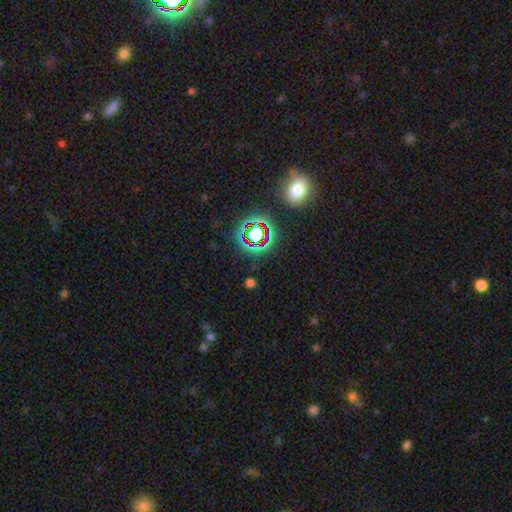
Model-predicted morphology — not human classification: This appears to be a star or artifact, not a galaxy (71%).